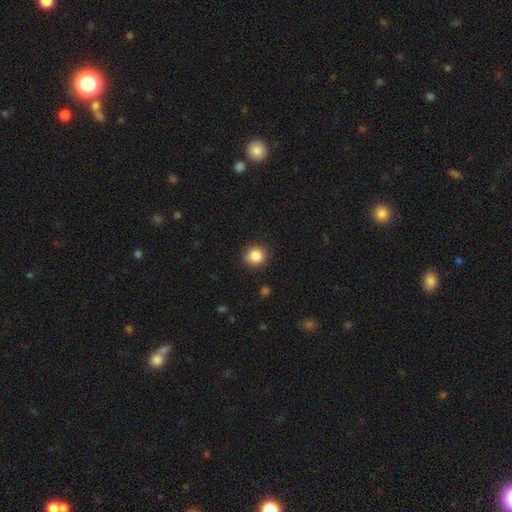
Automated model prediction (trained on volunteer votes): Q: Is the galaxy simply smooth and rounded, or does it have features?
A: smooth — 86%.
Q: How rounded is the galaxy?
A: round — 89%.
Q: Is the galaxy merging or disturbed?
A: none — 88%.